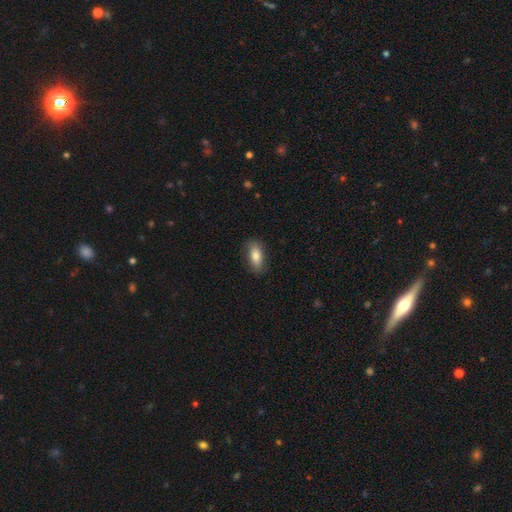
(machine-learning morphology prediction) smooth 80%, featured or disk 13%, star or artifact 7%. Down the decision tree: how rounded — in between (85%); merging — none (82%).